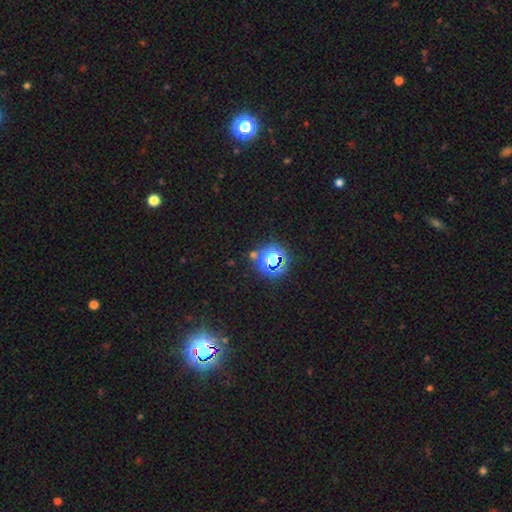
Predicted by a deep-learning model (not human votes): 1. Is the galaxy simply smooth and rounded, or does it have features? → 73% star or artifact, 19% smooth, 7% featured or disk.